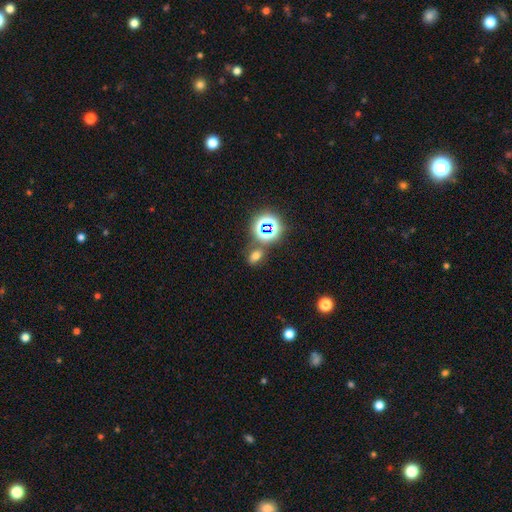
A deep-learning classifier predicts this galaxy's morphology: Smooth or featured? smooth (58%)
How rounded? in between (72%)
Merging? none (73%)